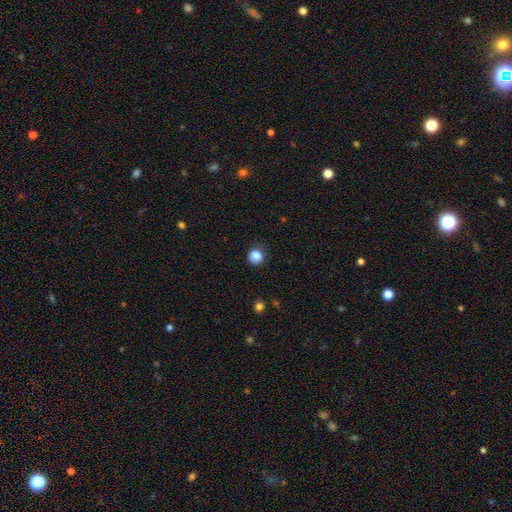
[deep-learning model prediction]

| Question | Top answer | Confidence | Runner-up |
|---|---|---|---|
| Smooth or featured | smooth | 86% | star or artifact (11%) |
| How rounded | round | 92% | in between (7%) |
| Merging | none | 85% | minor disturbance (11%) |